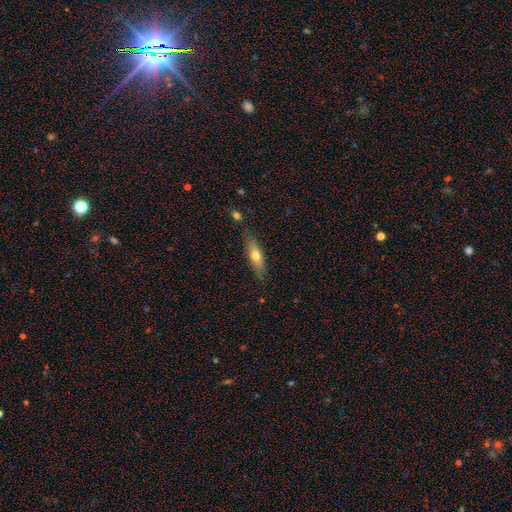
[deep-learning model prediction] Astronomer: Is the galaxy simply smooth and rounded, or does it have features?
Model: smooth — 61%.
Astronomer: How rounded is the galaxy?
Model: cigar-shaped — 59% (runner-up: in between, 39%).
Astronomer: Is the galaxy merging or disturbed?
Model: none — 81%.